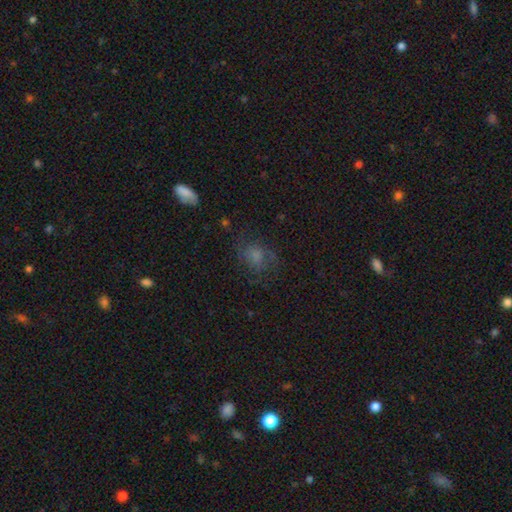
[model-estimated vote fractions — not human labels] A smooth galaxy with no disk features (55%) that is round (52%).

Vote fractions:
- Smooth or featured? smooth: 55% / featured or disk: 28% / star or artifact: 17%
- How rounded? round: 52% / in between: 46% / cigar-shaped: 2%
- Merging? none: 57% / minor disturbance: 21% / major disturbance: 19% / merger: 2%